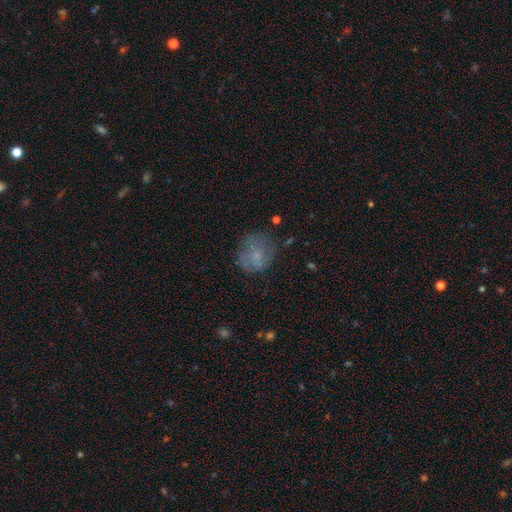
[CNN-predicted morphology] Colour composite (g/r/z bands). It shows a smooth galaxy with no disk features (67%) that is round (69%). Merging: none (59%).